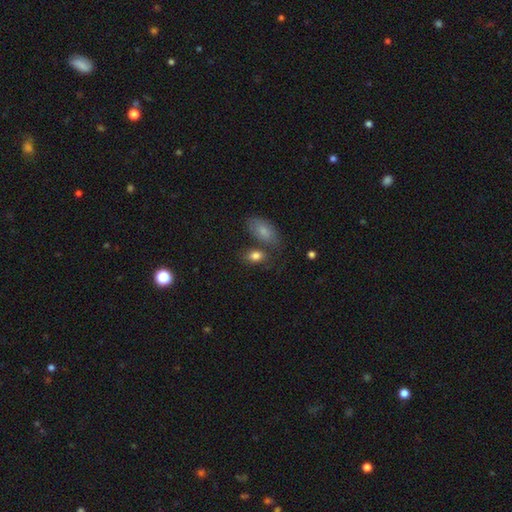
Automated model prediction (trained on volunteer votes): The model was most divided on "merging": none: 57%, merger: 21%, minor disturbance: 16%, major disturbance: 6%. More confident: smooth or featured — smooth (83%); how rounded — in between (80%).